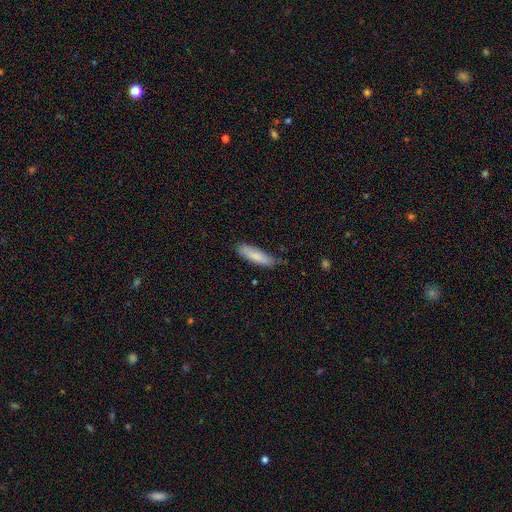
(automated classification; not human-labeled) Smooth or featured: smooth — 83% (featured or disk — 11%)
How rounded: cigar-shaped — 65% (in between — 34%)
Merging: none — 75% (minor disturbance — 21%)